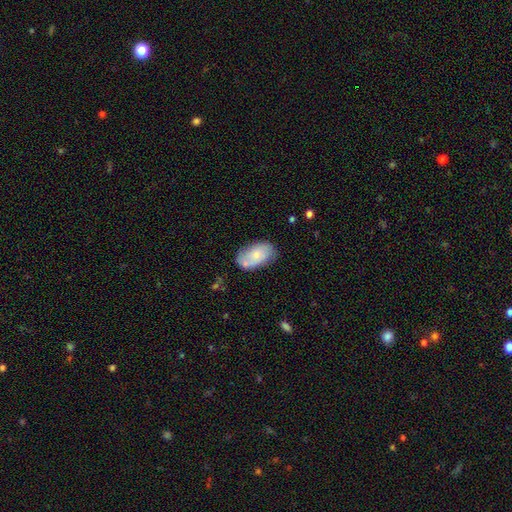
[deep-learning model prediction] This appears to be a smooth galaxy with no disk features (57%) that is in between round and cigar-shaped (93%). Merging: none (60%).